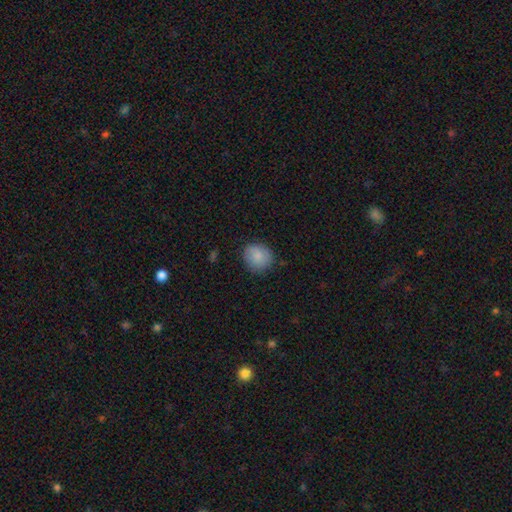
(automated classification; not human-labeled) Smooth or featured: smooth — 85% (featured or disk — 8%)
How rounded: round — 81% (in between — 19%)
Merging: none — 81% (minor disturbance — 15%)